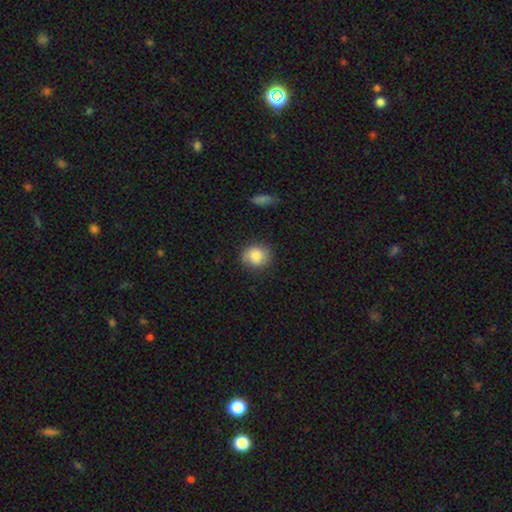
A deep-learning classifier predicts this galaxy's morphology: Overall: smooth (83%). How rounded: round (77%). Merging: none (80%).